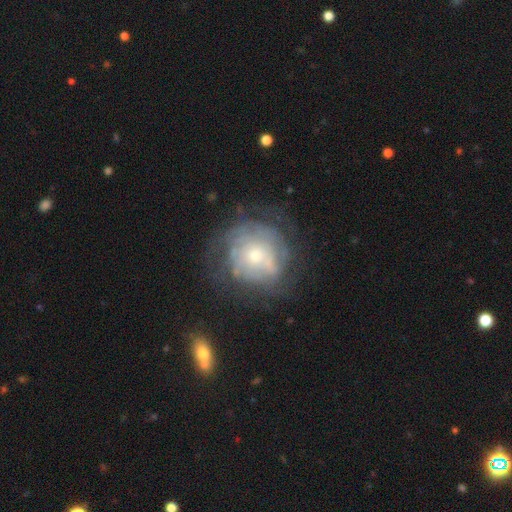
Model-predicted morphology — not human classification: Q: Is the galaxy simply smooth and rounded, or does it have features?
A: featured or disk — 66%.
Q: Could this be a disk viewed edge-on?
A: no — 97%.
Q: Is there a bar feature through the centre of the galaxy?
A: no — 84%.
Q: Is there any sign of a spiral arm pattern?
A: yes — 63%.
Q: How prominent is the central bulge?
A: small — 57%.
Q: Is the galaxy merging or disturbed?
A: none — 63%.